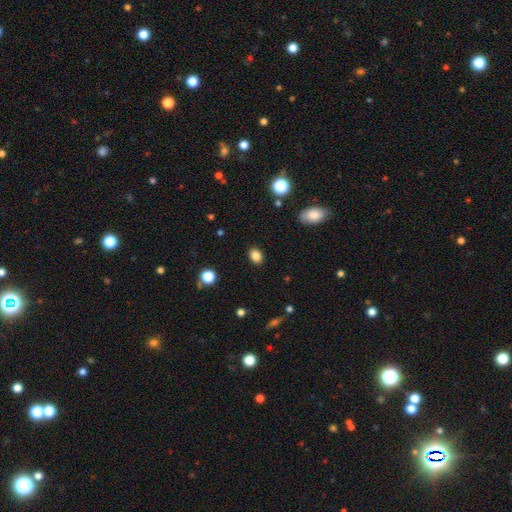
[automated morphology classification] A smooth galaxy with no disk features (85%) that is in between round and cigar-shaped (66%). Merging: none (88%).